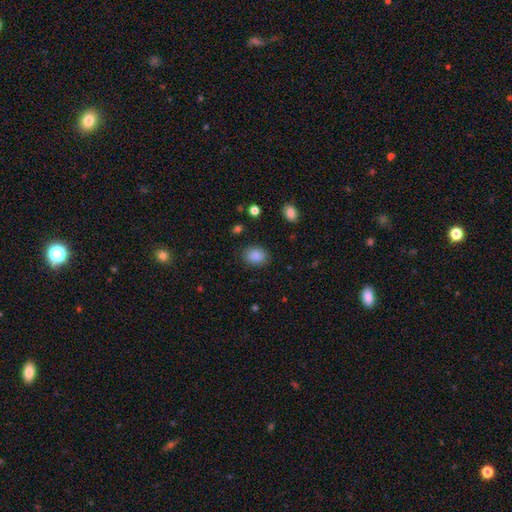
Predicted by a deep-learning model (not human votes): smooth 88%, star or artifact 8%, featured or disk 4%. Down the decision tree: how rounded — in between (69%); merging — none (85%).